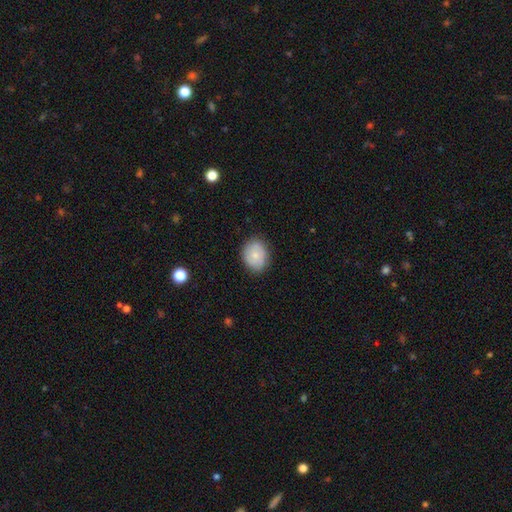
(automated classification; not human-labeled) Smooth or featured?
  - smooth: 76% *
  - featured or disk: 17%
  - star or artifact: 7%
How rounded?
  - round: 50% *
  - in between: 49%
  - cigar-shaped: 1%
Merging?
  - none: 83% *
  - minor disturbance: 13%
  - major disturbance: 3%
  - merger: 1%